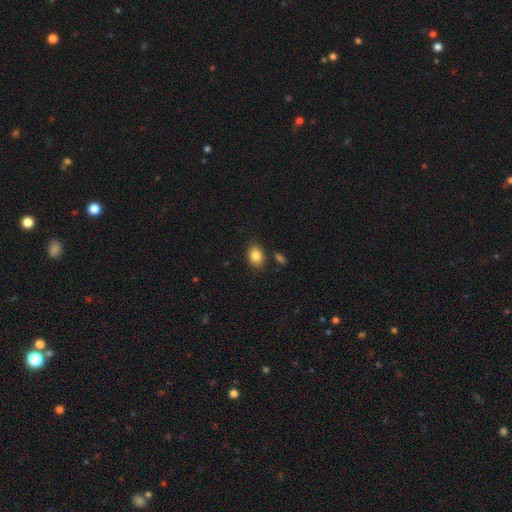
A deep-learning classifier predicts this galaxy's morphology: type=smooth (85%); roundness=in between (71%); merging=none (82%).